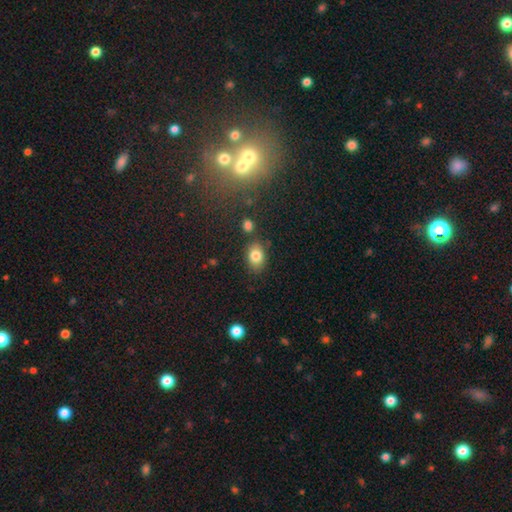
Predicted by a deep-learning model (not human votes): Morphology: type=smooth (81%); roundness=in between (76%); merging=none (78%).